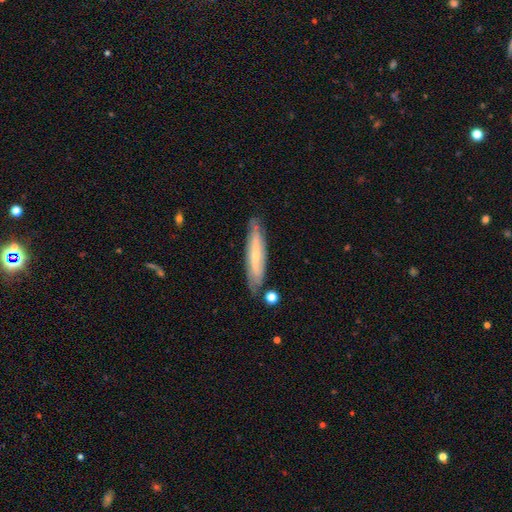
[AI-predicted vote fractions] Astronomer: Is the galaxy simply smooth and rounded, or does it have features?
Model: featured or disk — 59% (runner-up: smooth, 35%).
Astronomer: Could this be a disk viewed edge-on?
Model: no — 53% (runner-up: yes, 47%).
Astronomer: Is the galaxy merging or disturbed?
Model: none — 77%.